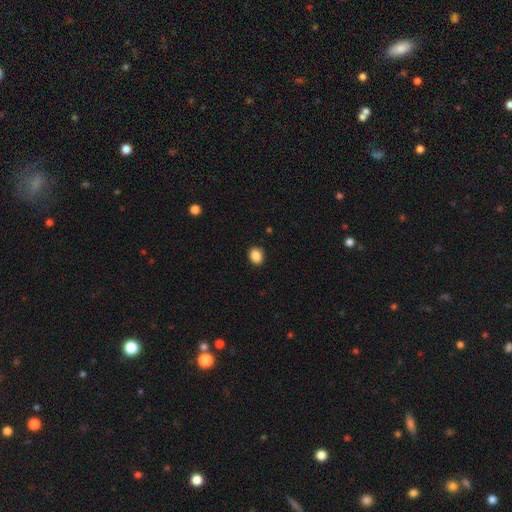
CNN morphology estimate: The model was most divided on "how rounded": round: 54%, in between: 45%, cigar-shaped: 1%. More confident: merging — none (88%); smooth or featured — smooth (88%).